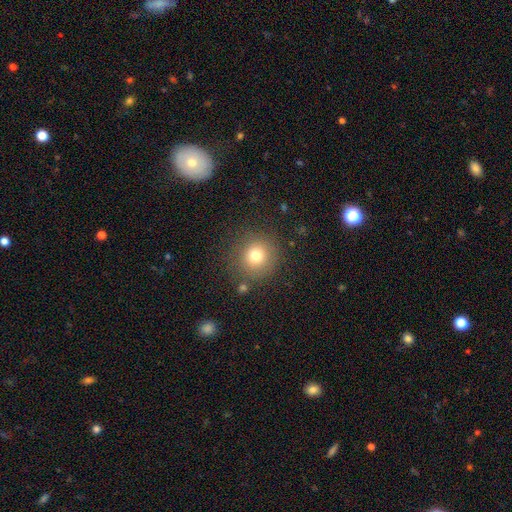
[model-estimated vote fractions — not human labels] The model was most divided on "smooth or featured": smooth: 77%, star or artifact: 14%, featured or disk: 10%. More confident: how rounded — round (92%); merging — none (83%).